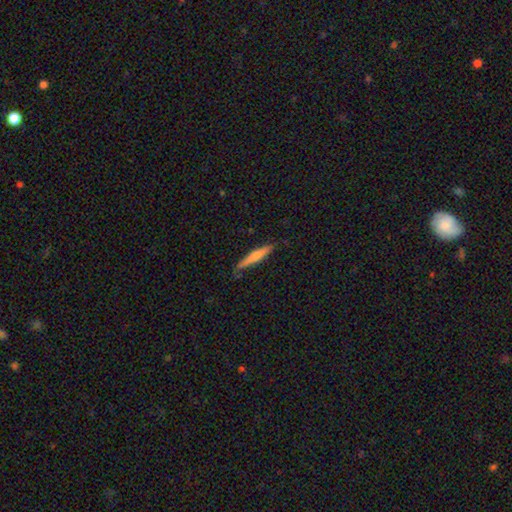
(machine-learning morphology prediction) smooth-or-featured: smooth: 47% (tied) | featured or disk: 47% (tied) | star or artifact: 6%
  merging: none: 81% | minor disturbance: 15% | major disturbance: 2% | merger: 2%